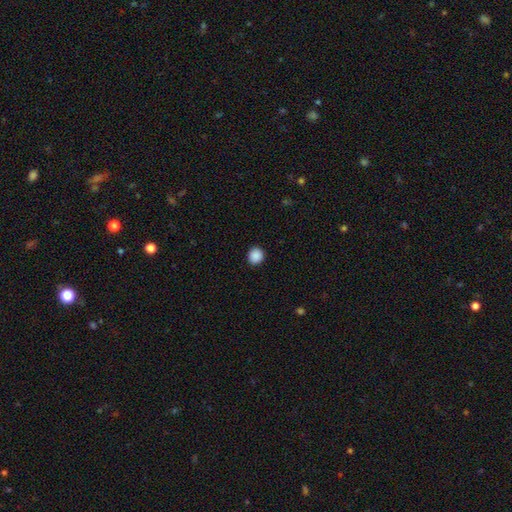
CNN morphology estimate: Smooth or featured?
  - smooth: 89% *
  - star or artifact: 9%
  - featured or disk: 2%
How rounded?
  - round: 88% *
  - in between: 11%
  - cigar-shaped: 1%
Merging?
  - none: 92% *
  - minor disturbance: 6%
  - major disturbance: 2%
  - merger: 1%